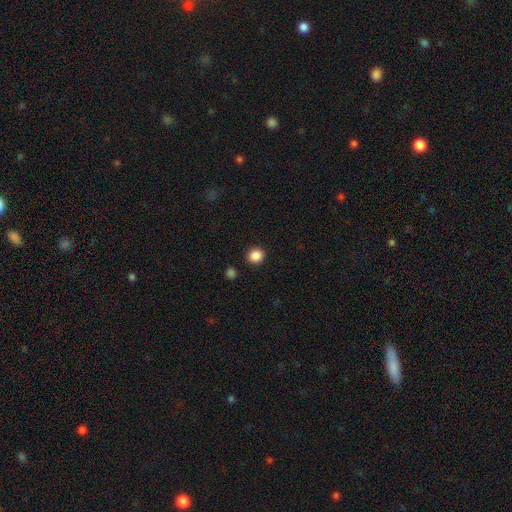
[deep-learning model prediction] This is clearly a smooth galaxy (87%). How rounded: clearly round (92%). Merging: clearly none (91%).